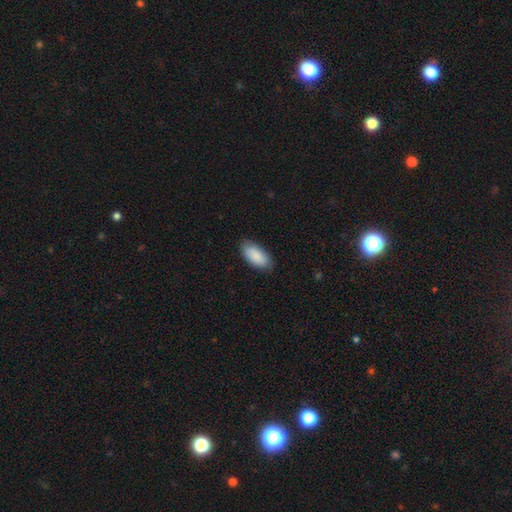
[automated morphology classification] Smooth or featured? Predicted: smooth (p=0.89). How rounded? Predicted: in between (p=0.91). Merging? Predicted: none (p=0.83).